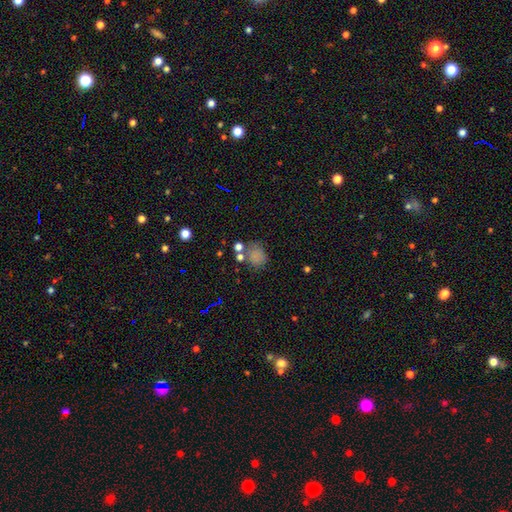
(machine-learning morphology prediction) Overall: smooth (75%). How rounded: round (72%). Merging: none (63%).